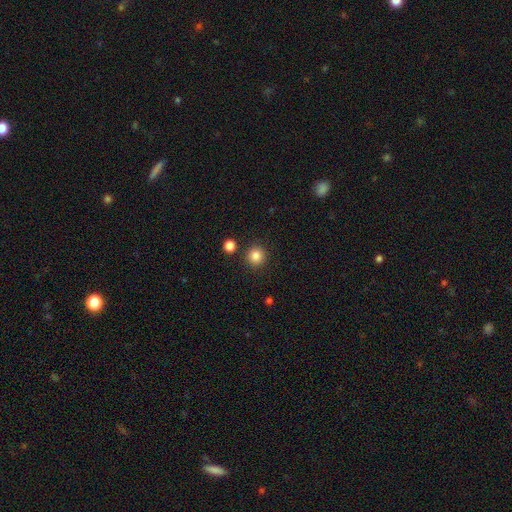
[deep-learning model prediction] This appears to be a smooth galaxy with no disk features (85%) that is round (93%). Merging: none (88%).